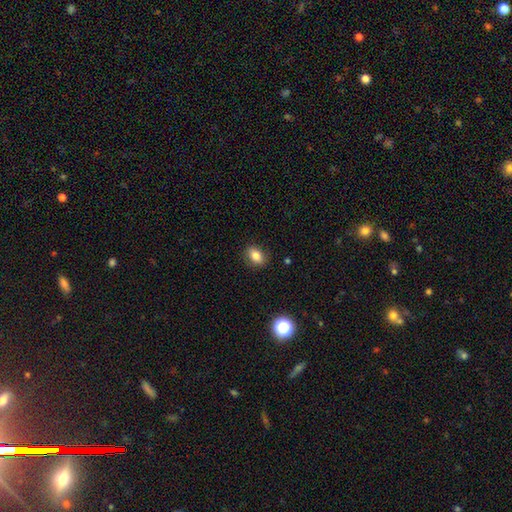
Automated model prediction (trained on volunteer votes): Q: Smooth or featured?
A: smooth (83%); runner-up: star or artifact (10%)
Q: How rounded?
A: in between (78%); runner-up: round (20%)
Q: Merging?
A: none (87%); runner-up: minor disturbance (9%)